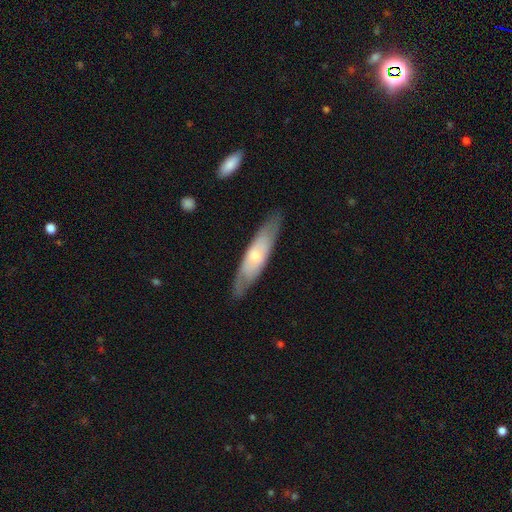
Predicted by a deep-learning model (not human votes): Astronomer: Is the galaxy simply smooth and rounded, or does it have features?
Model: featured or disk — 51% (runner-up: smooth, 43%).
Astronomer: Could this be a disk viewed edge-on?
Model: no — 50%, tied with yes at 50%.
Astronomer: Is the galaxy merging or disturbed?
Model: none — 80%.